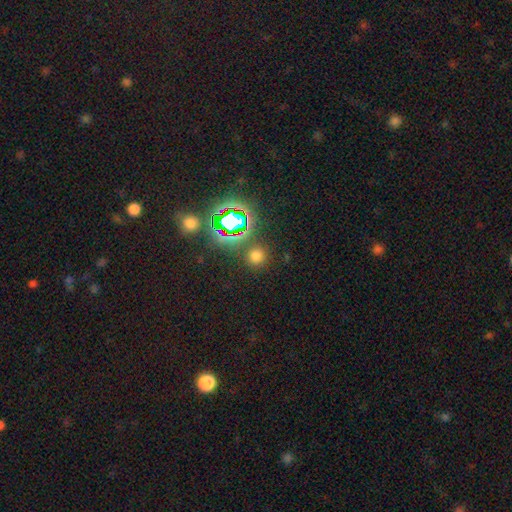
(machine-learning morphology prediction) Smooth or featured? smooth (65%)
How rounded? round (92%)
Merging? none (85%)